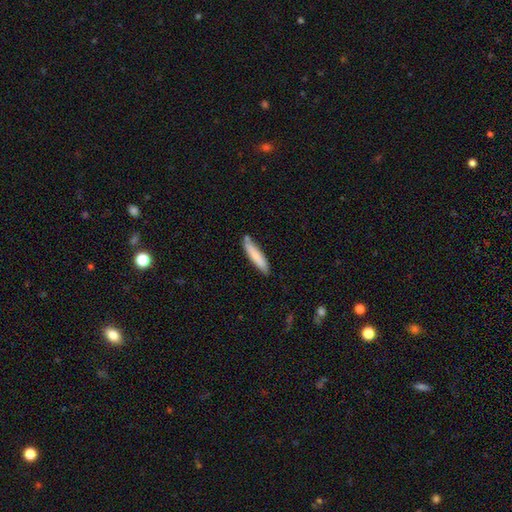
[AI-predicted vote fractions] Q: Smooth or featured?
A: smooth (76%); runner-up: featured or disk (18%)
Q: How rounded?
A: cigar-shaped (85%); runner-up: in between (14%)
Q: Merging?
A: none (77%); runner-up: minor disturbance (15%)